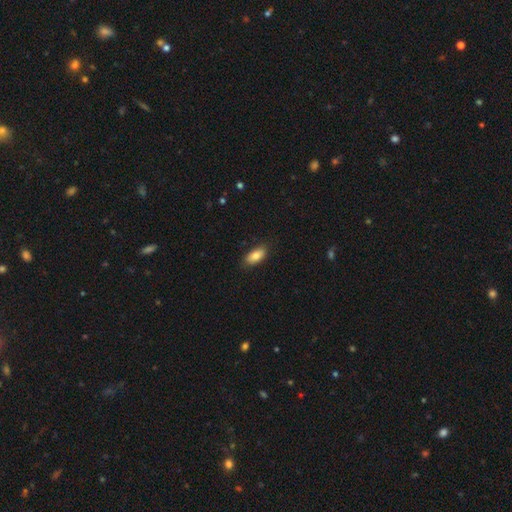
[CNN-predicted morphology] smooth 84%, featured or disk 9%, star or artifact 7%. Down the decision tree: how rounded — in between (89%); merging — none (84%).